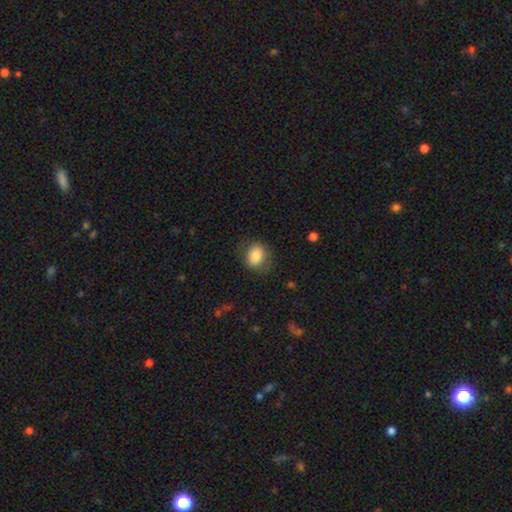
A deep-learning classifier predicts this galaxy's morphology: Smooth or featured?
  - smooth: 79% *
  - featured or disk: 12%
  - star or artifact: 8%
How rounded?
  - round: 52% *
  - in between: 47%
  - cigar-shaped: 1%
Merging?
  - none: 74% *
  - minor disturbance: 17%
  - major disturbance: 8%
  - merger: 1%